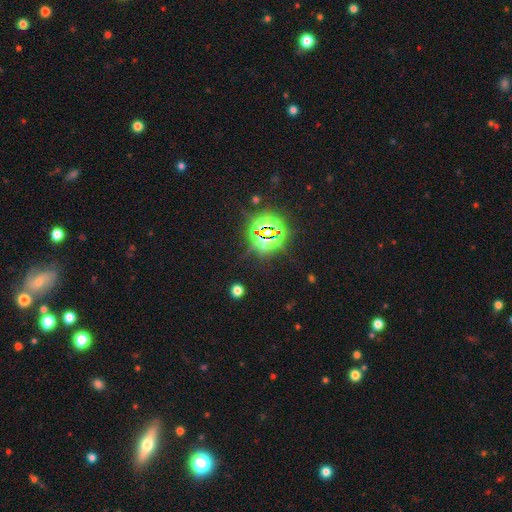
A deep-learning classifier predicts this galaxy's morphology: smooth-or-featured: star or artifact: 76% | smooth: 16% | featured or disk: 8%